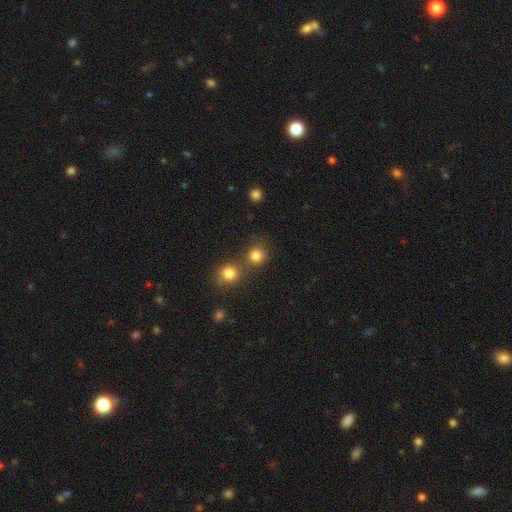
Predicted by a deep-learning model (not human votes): A smooth galaxy with no disk features (81%) that is round (86%). Merging: none (58%).